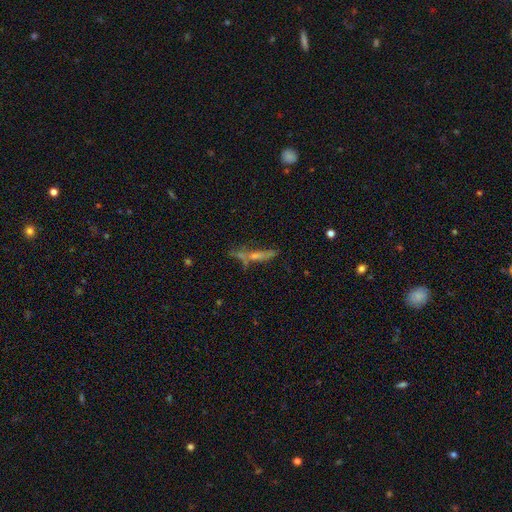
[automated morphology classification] Smooth or featured? featured or disk (48%)
Merging? none (54%)